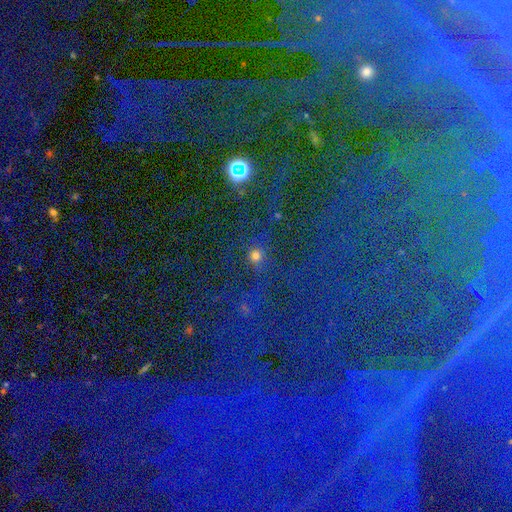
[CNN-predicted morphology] smooth-or-featured: smooth: 55% | star or artifact: 37% | featured or disk: 9%
  how-rounded: round: 88% | in between: 10% | cigar-shaped: 2%
  merging: none: 76% | minor disturbance: 10% | major disturbance: 7% | merger: 7%